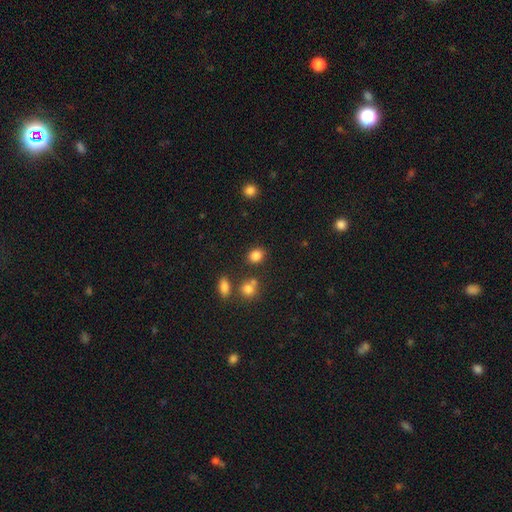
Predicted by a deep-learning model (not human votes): smooth 84%, star or artifact 11%, featured or disk 5%. Down the decision tree: how rounded — round (52%); merging — none (79%).